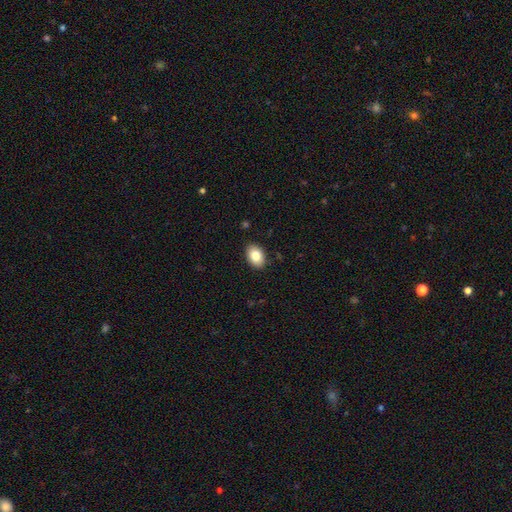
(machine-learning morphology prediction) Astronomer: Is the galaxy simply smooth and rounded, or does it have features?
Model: smooth — 84%.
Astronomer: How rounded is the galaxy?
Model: in between — 83%.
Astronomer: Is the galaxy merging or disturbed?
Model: none — 89%.